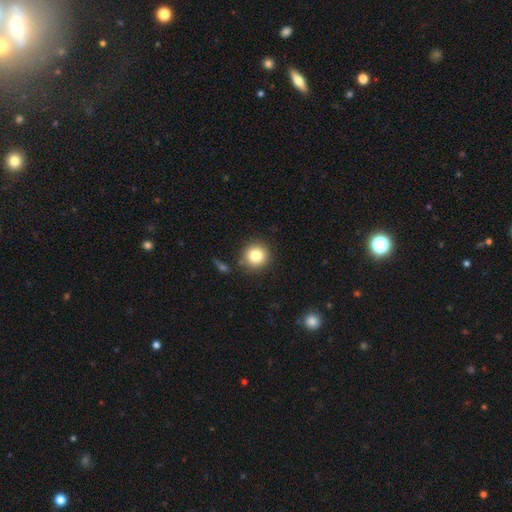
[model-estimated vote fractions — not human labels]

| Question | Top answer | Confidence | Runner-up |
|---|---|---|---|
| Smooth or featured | smooth | 82% | star or artifact (11%) |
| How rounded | round | 93% | in between (6%) |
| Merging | none | 86% | minor disturbance (8%) |